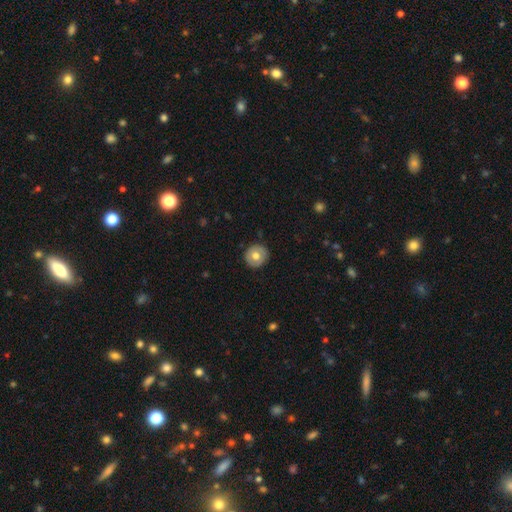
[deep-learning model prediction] Smooth or featured?
  - smooth: 67% *
  - featured or disk: 25%
  - star or artifact: 7%
How rounded?
  - round: 91% *
  - in between: 8%
  - cigar-shaped: 1%
Merging?
  - none: 89% *
  - minor disturbance: 8%
  - major disturbance: 2%
  - merger: 1%